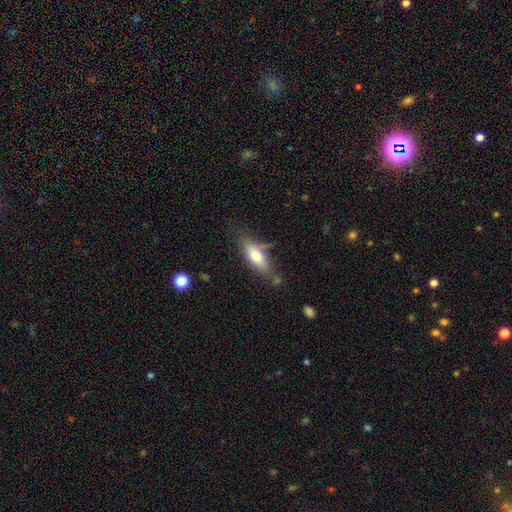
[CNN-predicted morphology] A smooth galaxy with no disk features (72%) that is in between round and cigar-shaped (64%).

Vote fractions:
- Smooth or featured? smooth: 72% / featured or disk: 22% / star or artifact: 7%
- How rounded? in between: 64% / cigar-shaped: 33% / round: 2%
- Merging? none: 64% / minor disturbance: 22% / merger: 7% / major disturbance: 7%